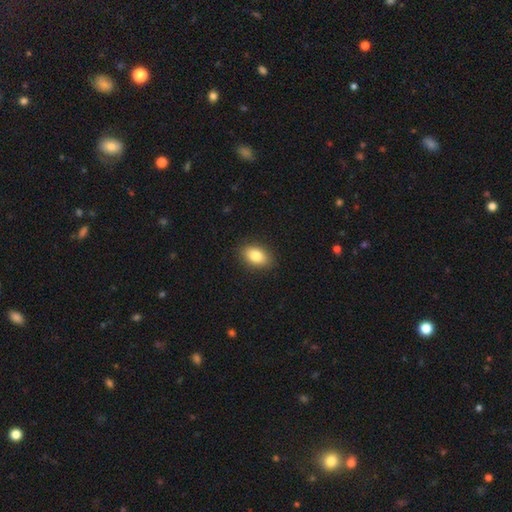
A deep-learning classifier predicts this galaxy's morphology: type=smooth (85%); roundness=in between (87%); merging=none (88%).